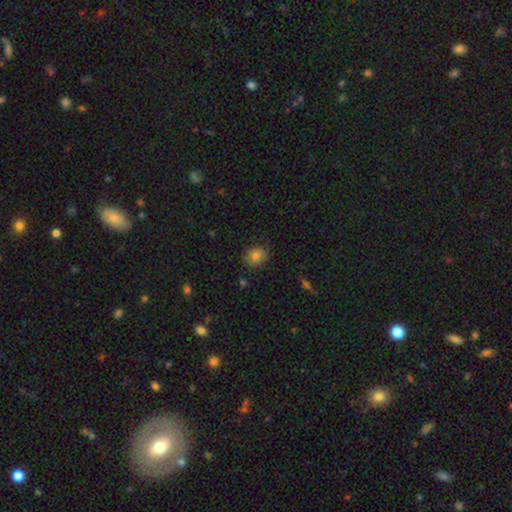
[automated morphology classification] Smooth or featured? Predicted: smooth (p=0.79). How rounded? Predicted: round (p=0.65). Merging? Predicted: none (p=0.79).